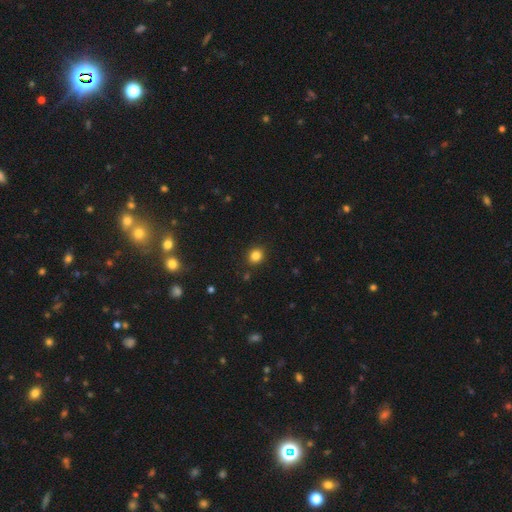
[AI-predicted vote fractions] smooth 83%, star or artifact 12%, featured or disk 5%. Down the decision tree: how rounded — round (72%); merging — none (89%).